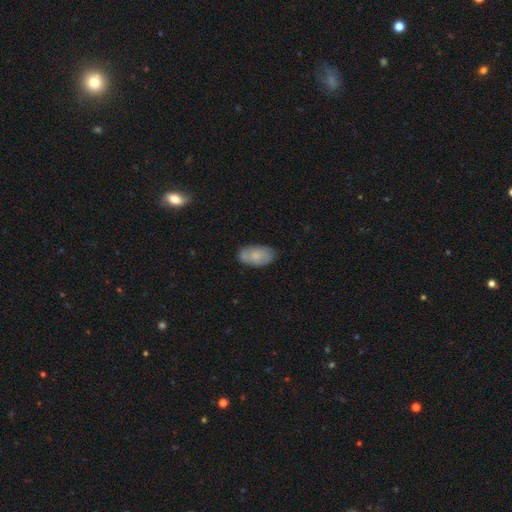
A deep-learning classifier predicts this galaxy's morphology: Q: Smooth or featured?
A: smooth (69%); runner-up: featured or disk (24%)
Q: How rounded?
A: in between (93%); runner-up: round (4%)
Q: Merging?
A: none (73%); runner-up: minor disturbance (20%)